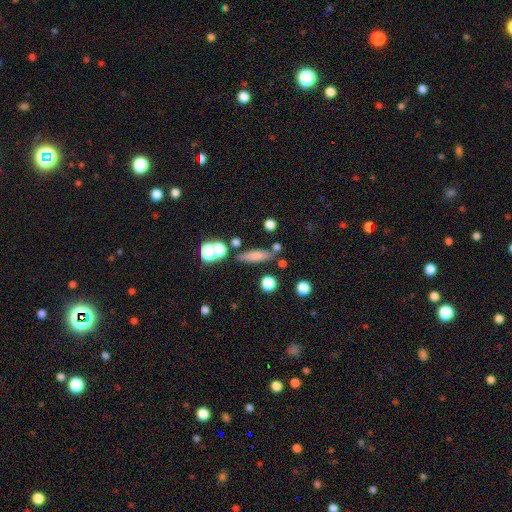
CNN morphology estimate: This is likely a smooth galaxy (69%). How rounded: likely cigar-shaped (62%). Merging: likely none (73%).